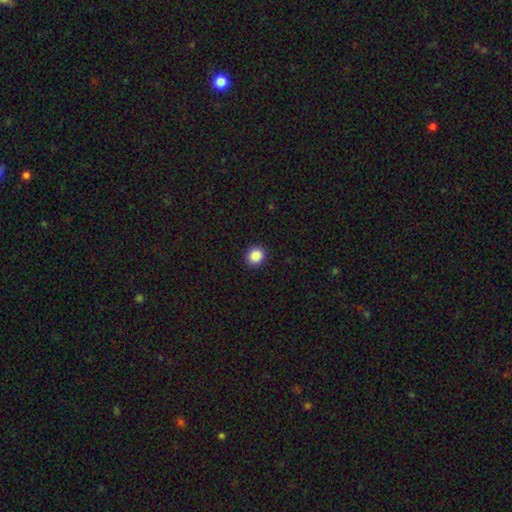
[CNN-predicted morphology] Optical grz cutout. It shows a smooth galaxy with no disk features (88%) that is round (81%). Merging: none (92%).